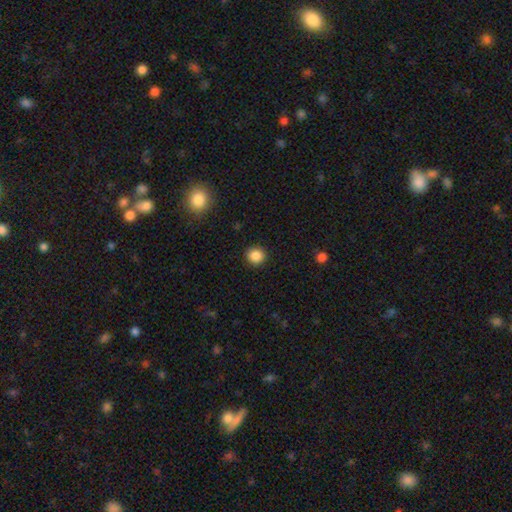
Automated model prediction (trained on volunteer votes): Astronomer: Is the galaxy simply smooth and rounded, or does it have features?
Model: smooth — 87%.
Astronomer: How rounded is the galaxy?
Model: round — 91%.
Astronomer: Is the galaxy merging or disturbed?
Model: none — 91%.